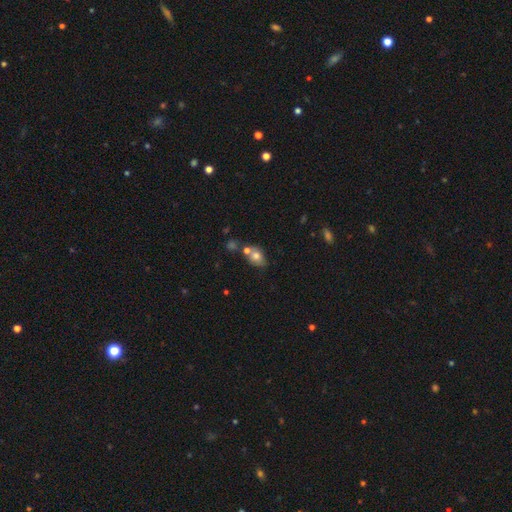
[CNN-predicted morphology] smooth_or_featured: smooth (p=0.73) [alt: featured or disk p=0.16]
how_rounded: in between (p=0.62) [alt: round p=0.36]
merging: none (p=0.44) [alt: merger p=0.35]